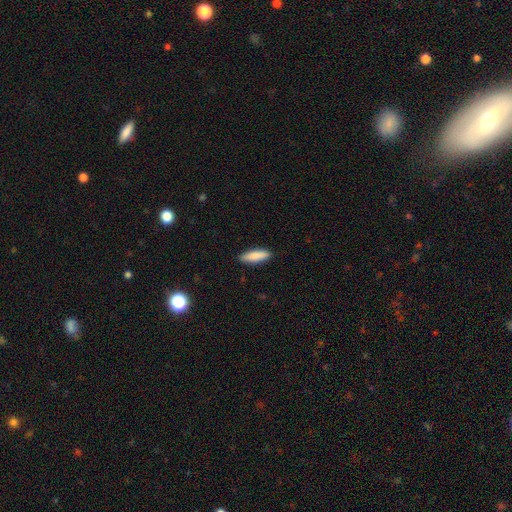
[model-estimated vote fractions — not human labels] The model was most divided on "how rounded": cigar-shaped: 54%, in between: 44%, round: 2%. More confident: merging — none (89%); smooth or featured — smooth (86%).